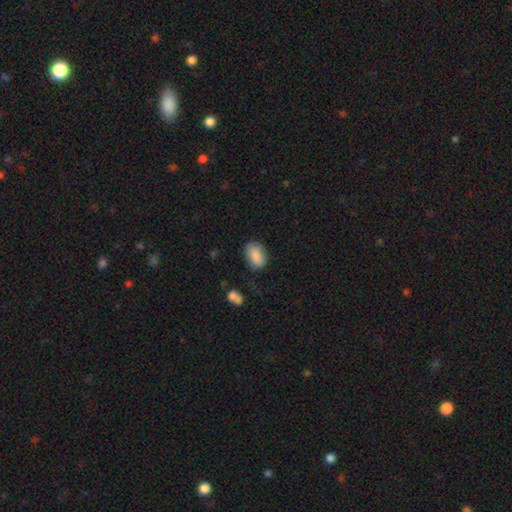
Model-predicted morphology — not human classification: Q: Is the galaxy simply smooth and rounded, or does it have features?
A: smooth — 87%.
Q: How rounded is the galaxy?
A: in between — 86%.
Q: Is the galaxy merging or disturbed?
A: none — 73%.